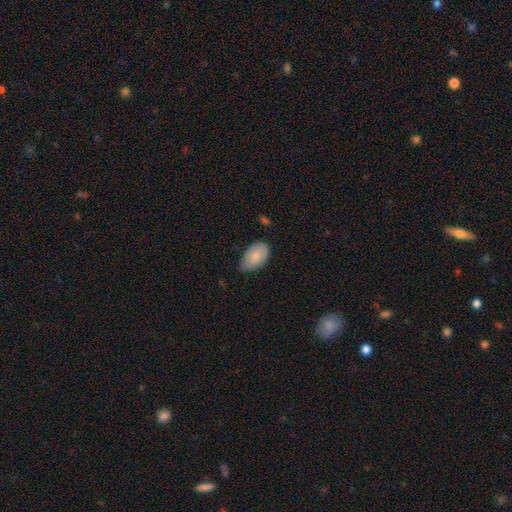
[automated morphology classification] Smooth or featured? Predicted: smooth (p=0.82). How rounded? Predicted: in between (p=0.93). Merging? Predicted: none (p=0.55).